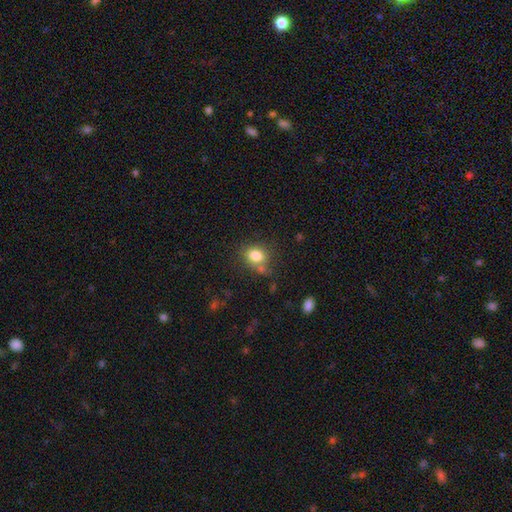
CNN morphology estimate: Overall: smooth (81%). How rounded: in between (52%; round 47%). Merging: none (64%).